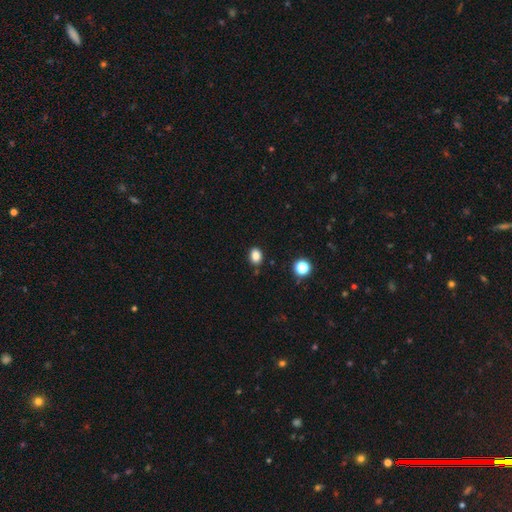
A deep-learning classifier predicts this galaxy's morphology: type=smooth (84%); roundness=in between (59%); merging=none (84%).